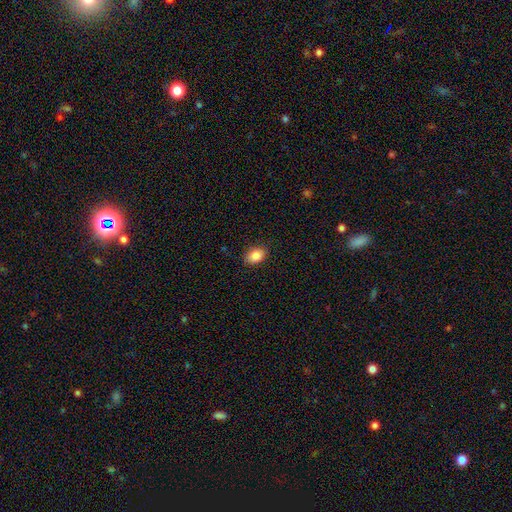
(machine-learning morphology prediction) The model was most divided on "how rounded": in between: 78%, round: 20%, cigar-shaped: 1%. More confident: merging — none (87%); smooth or featured — smooth (87%).